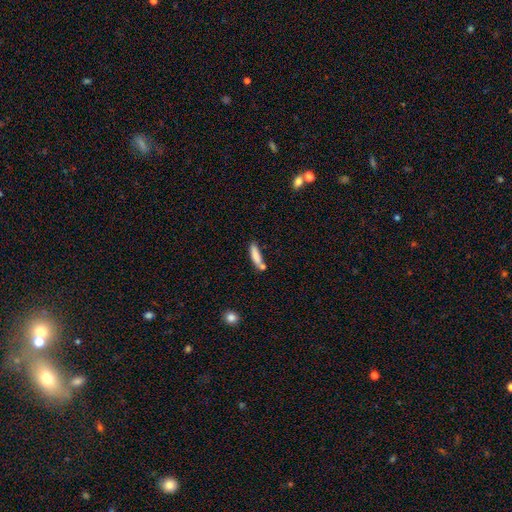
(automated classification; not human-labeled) Q: Smooth or featured?
A: smooth (81%); runner-up: featured or disk (11%)
Q: How rounded?
A: cigar-shaped (73%); runner-up: in between (26%)
Q: Merging?
A: none (57%); runner-up: merger (21%)